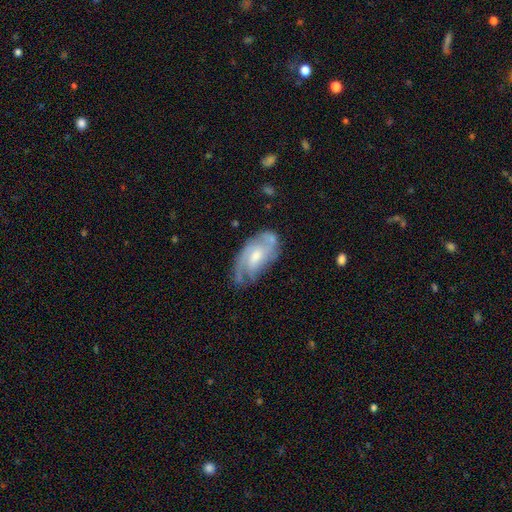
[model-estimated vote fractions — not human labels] This is likely a featured or disk galaxy (74%). It is clearly not viewed edge-on (94%). Bar: possibly no (51%). Spiral arm pattern: clearly yes (89%). Spiral arm count: marginally 2 (36%). Spiral winding: marginally tight (42%). Central bulge: possibly moderate (57%). Merging: possibly none (60%).